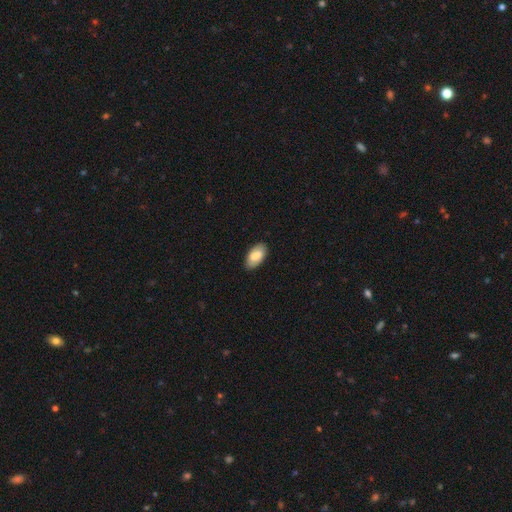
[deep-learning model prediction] Morphology: type=smooth (80%); roundness=in between (95%); merging=none (88%).